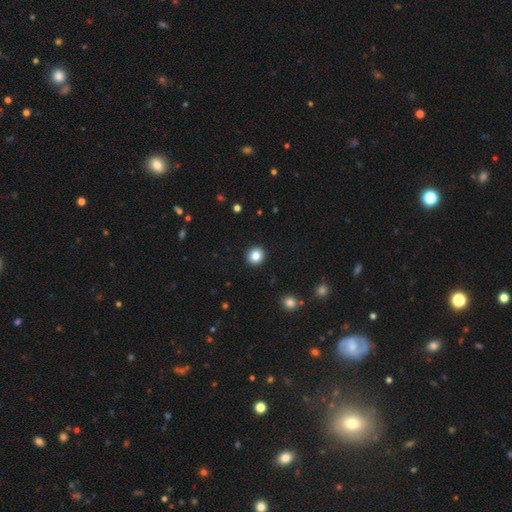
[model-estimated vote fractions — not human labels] smooth-or-featured: smooth: 84% | star or artifact: 10% | featured or disk: 5%
  how-rounded: round: 90% | in between: 9% | cigar-shaped: 1%
  merging: none: 93% | minor disturbance: 4% | major disturbance: 2% | merger: 1%